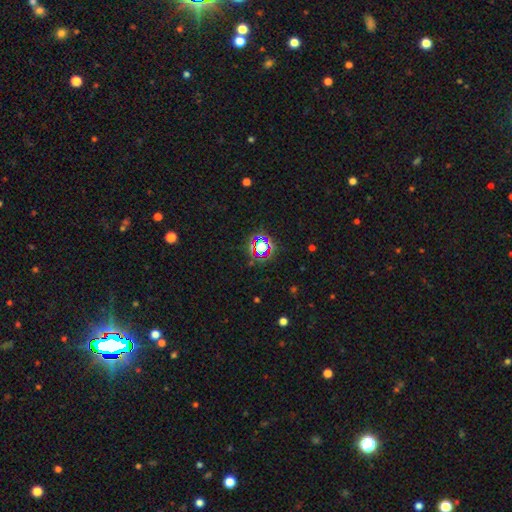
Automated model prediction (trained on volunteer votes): This appears to be a star or artifact, not a galaxy (77%).